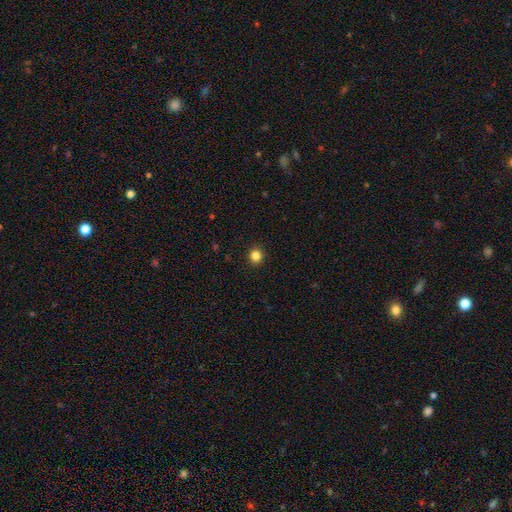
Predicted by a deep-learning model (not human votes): Smooth or featured? Predicted: smooth (p=0.84). How rounded? Predicted: round (p=0.89). Merging? Predicted: none (p=0.92).